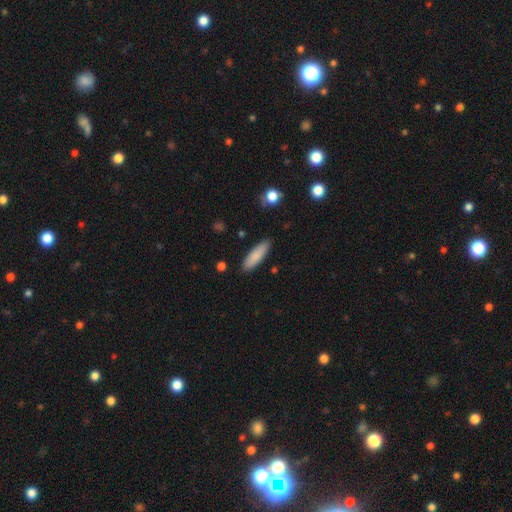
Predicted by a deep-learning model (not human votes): smooth_or_featured: smooth (p=0.85) [alt: featured or disk p=0.09]
how_rounded: cigar-shaped (p=0.57) [alt: in between p=0.42]
merging: none (p=0.88) [alt: minor disturbance p=0.09]